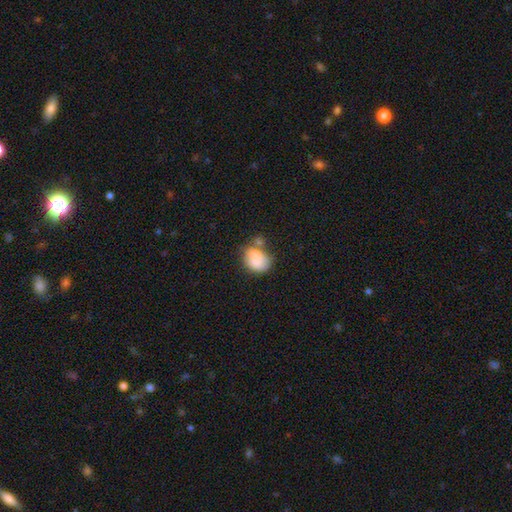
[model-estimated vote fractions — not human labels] Q: Smooth or featured?
A: smooth (72%); runner-up: featured or disk (20%)
Q: How rounded?
A: in between (57%); runner-up: round (42%)
Q: Merging?
A: merger (43%); runner-up: none (29%)